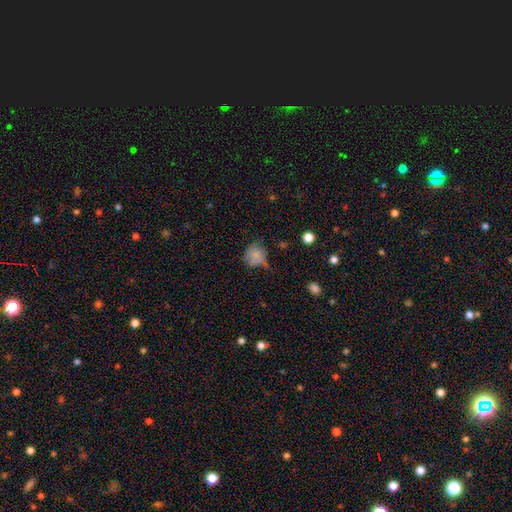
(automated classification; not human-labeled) smooth 74%, featured or disk 15%, star or artifact 11%. Down the decision tree: how rounded — round (77%); merging — none (51%).